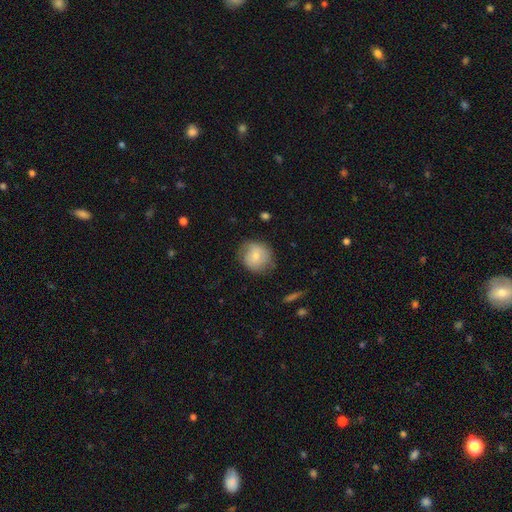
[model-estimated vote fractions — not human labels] Smooth or featured? Predicted: smooth (p=0.70). How rounded? Predicted: round (p=0.85). Merging? Predicted: none (p=0.69).